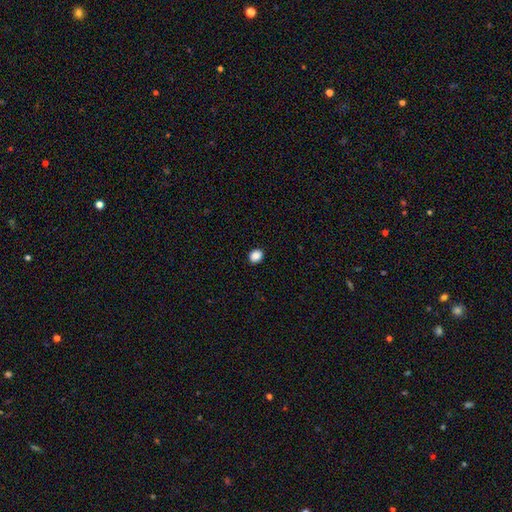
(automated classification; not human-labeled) smooth_or_featured: smooth (p=0.88) [alt: star or artifact p=0.09]
how_rounded: round (p=0.59) [alt: in between p=0.40]
merging: none (p=0.92) [alt: minor disturbance p=0.06]